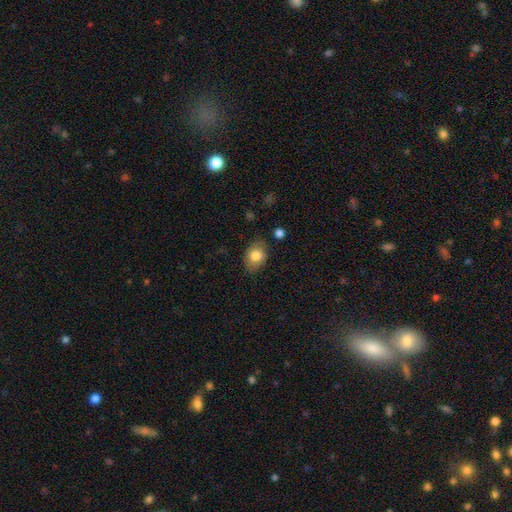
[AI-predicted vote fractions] smooth_or_featured: smooth (p=0.80) [alt: featured or disk p=0.12]
how_rounded: in between (p=0.72) [alt: round p=0.27]
merging: none (p=0.77) [alt: minor disturbance p=0.17]